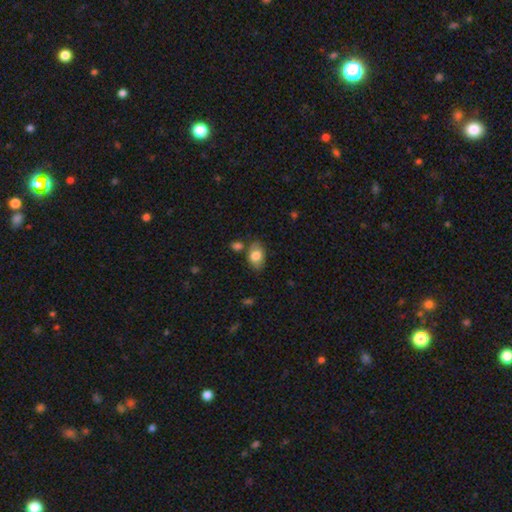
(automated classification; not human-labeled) smooth-or-featured: smooth: 78% | featured or disk: 15% | star or artifact: 7%
  how-rounded: in between: 85% | round: 13% | cigar-shaped: 1%
  merging: none: 66% | minor disturbance: 20% | merger: 9% | major disturbance: 5%